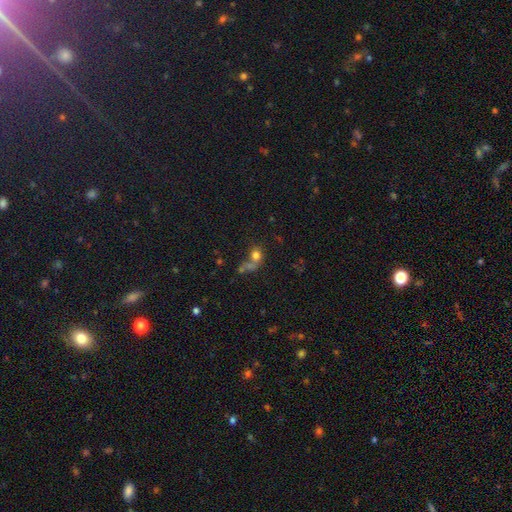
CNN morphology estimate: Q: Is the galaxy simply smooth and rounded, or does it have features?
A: smooth — 70%.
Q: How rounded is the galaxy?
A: round — 63%.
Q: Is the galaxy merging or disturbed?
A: merger — 39%.